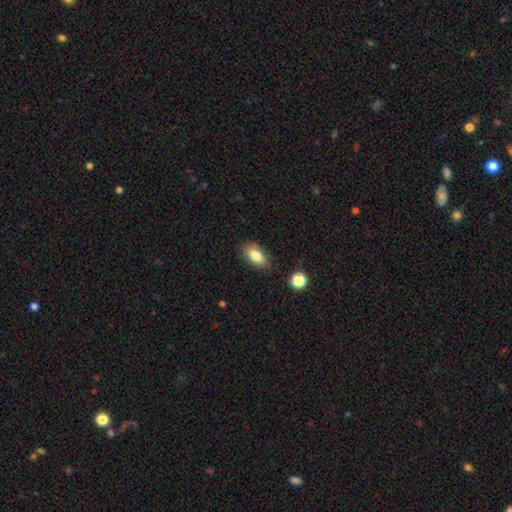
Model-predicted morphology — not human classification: type=smooth (81%); roundness=in between (89%); merging=none (84%).